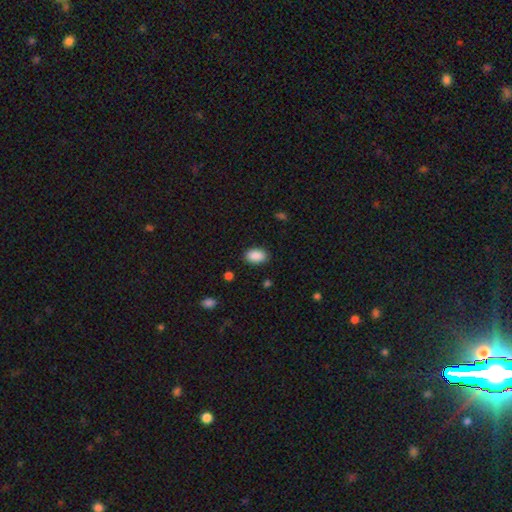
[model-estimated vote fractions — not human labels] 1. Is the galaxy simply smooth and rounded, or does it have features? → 90% smooth, 7% star or artifact, 3% featured or disk.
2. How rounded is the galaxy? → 91% in between, 8% round, 1% cigar-shaped.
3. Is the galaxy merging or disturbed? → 88% none, 9% minor disturbance, 2% major disturbance, 1% merger.